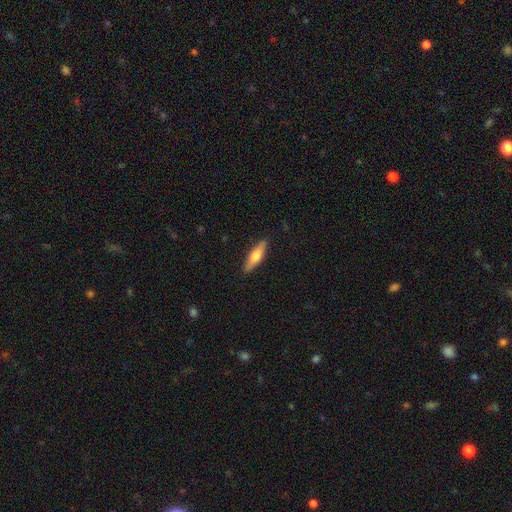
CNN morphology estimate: A smooth galaxy with no disk features (53%) that is cigar-shaped (64%).

Vote fractions:
- Smooth or featured? smooth: 53% / featured or disk: 41% / star or artifact: 6%
- How rounded? cigar-shaped: 64% / in between: 34% / round: 2%
- Merging? none: 89% / minor disturbance: 8% / major disturbance: 2% / merger: 1%